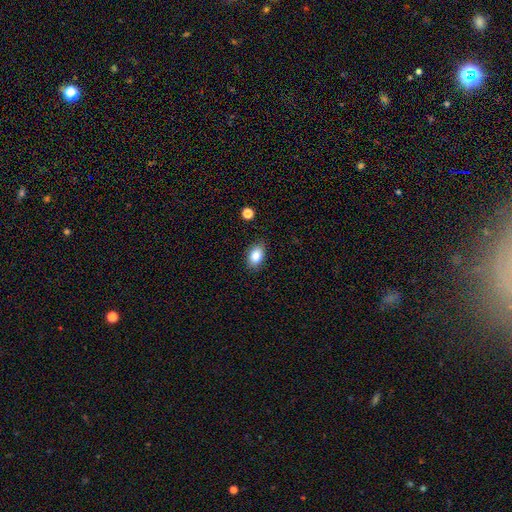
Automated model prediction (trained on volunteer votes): smooth 85%, star or artifact 8%, featured or disk 6%. Down the decision tree: how rounded — in between (86%); merging — none (84%).